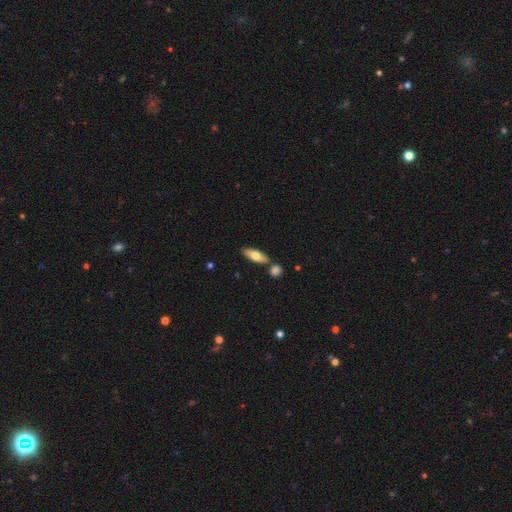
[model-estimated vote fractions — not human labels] This appears to be a smooth galaxy with no disk features (68%) that is in between round and cigar-shaped (63%). Merging: none (76%).